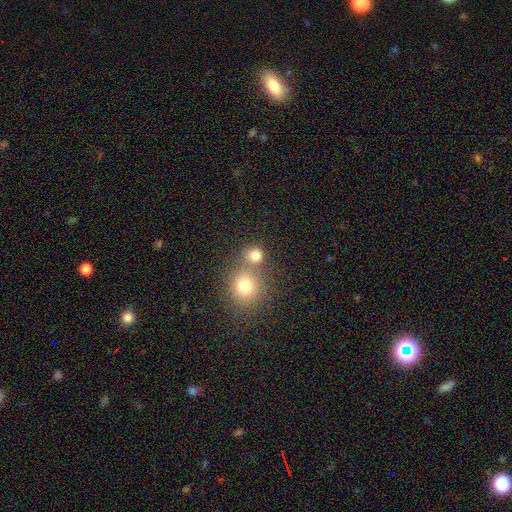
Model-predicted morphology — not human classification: smooth_or_featured: smooth (p=0.80) [alt: star or artifact p=0.13]
how_rounded: round (p=0.86) [alt: in between p=0.13]
merging: none (p=0.57) [alt: merger p=0.33]